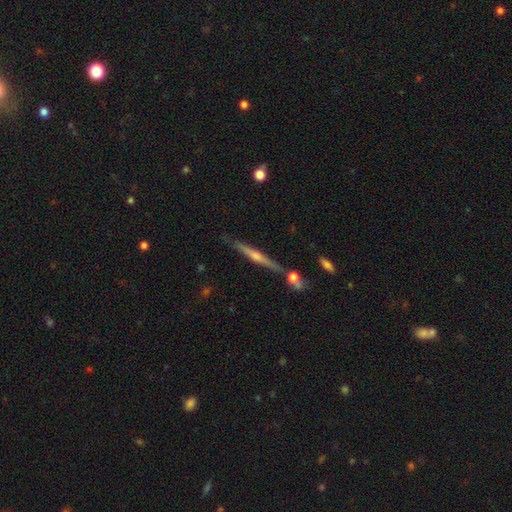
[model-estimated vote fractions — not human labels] Smooth or featured: featured or disk — 71% (smooth — 22%)
Edge-on disk: yes — 98% (no — 2%)
Edge-on bulge: rounded — 76% (none — 16%)
Merging: none — 81% (minor disturbance — 10%)